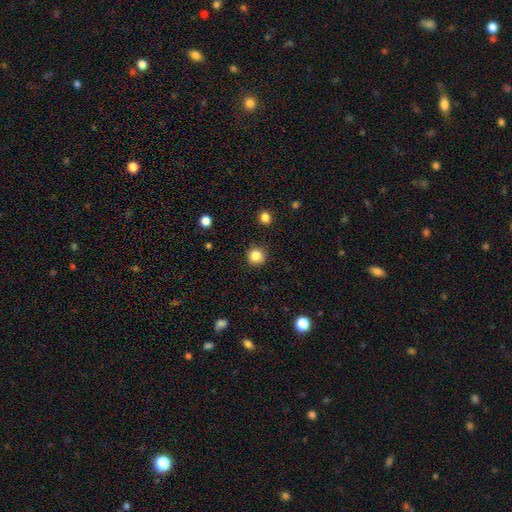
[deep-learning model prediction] Overall: smooth (84%). How rounded: round (94%). Merging: none (90%).